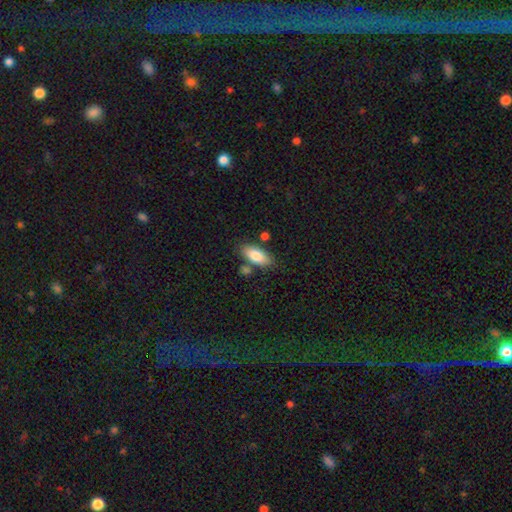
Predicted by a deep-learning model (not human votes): The model was most divided on "merging": none: 75%, minor disturbance: 12%, merger: 9%, major disturbance: 3%. More confident: how rounded — in between (85%); smooth or featured — smooth (82%).